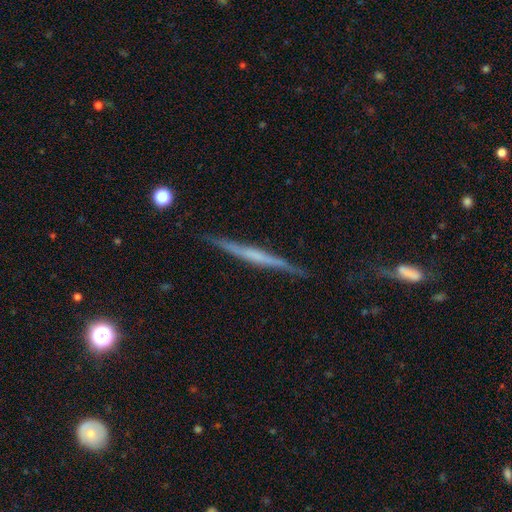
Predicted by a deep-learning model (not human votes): The model was most divided on "smooth or featured": featured or disk: 66%, smooth: 27%, star or artifact: 6%. More confident: edge-on disk — yes (97%); merging — none (87%); edge-on bulge — none (65%).